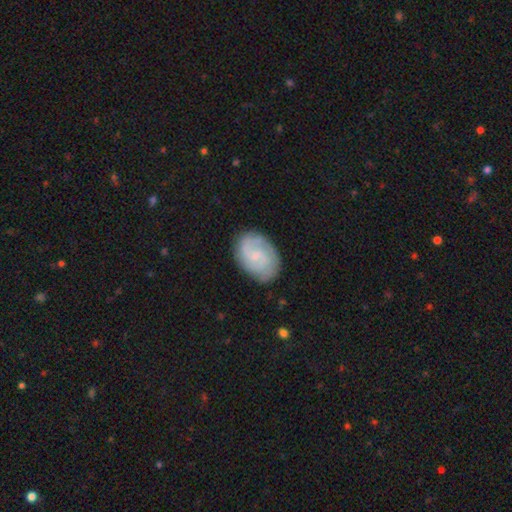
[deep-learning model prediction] A featured or disk galaxy (75%) with no bar (56%), 2 (63%) medium (43%, tied with tight) spiral arms (95%) and a small central bulge (72%). Merging: none (80%).